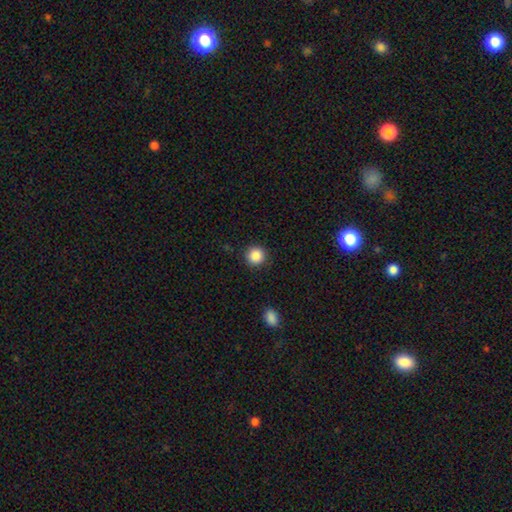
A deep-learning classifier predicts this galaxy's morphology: This is clearly a smooth galaxy (87%). How rounded: clearly round (94%). Merging: clearly none (91%).